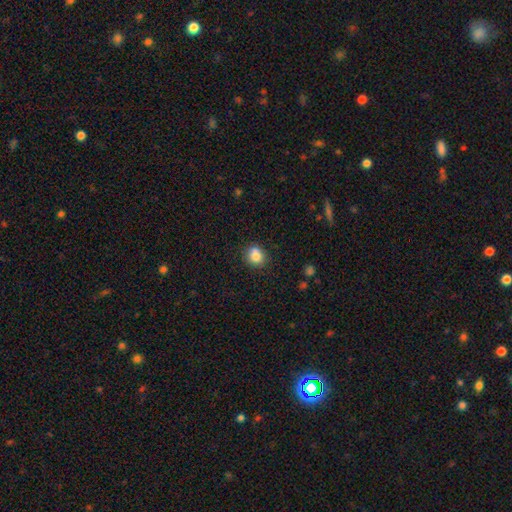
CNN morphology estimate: This appears to be a smooth galaxy with no disk features (81%) that is round (74%). Merging: none (66%).